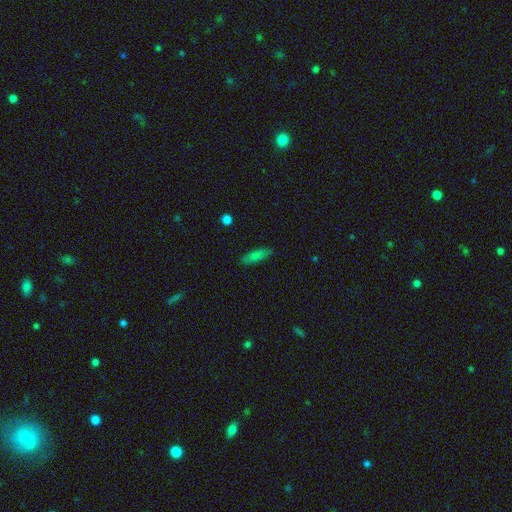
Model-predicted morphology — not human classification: Smooth or featured?
  - smooth: 77% *
  - featured or disk: 14%
  - star or artifact: 8%
How rounded?
  - in between: 50% *
  - cigar-shaped: 48%
  - round: 2%
Merging?
  - none: 80% *
  - minor disturbance: 15%
  - major disturbance: 3%
  - merger: 1%